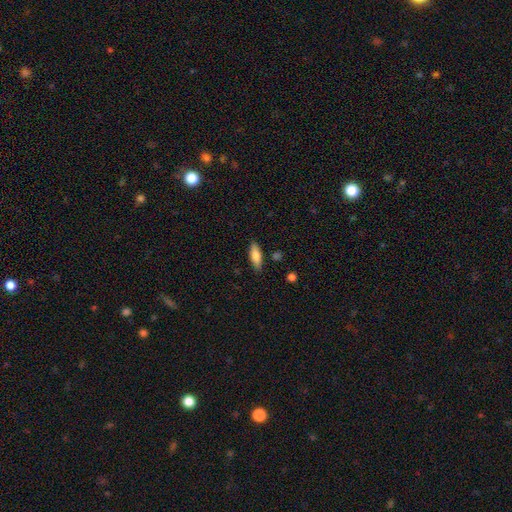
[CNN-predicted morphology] type=smooth (77%); roundness=in between (62%); merging=none (84%).